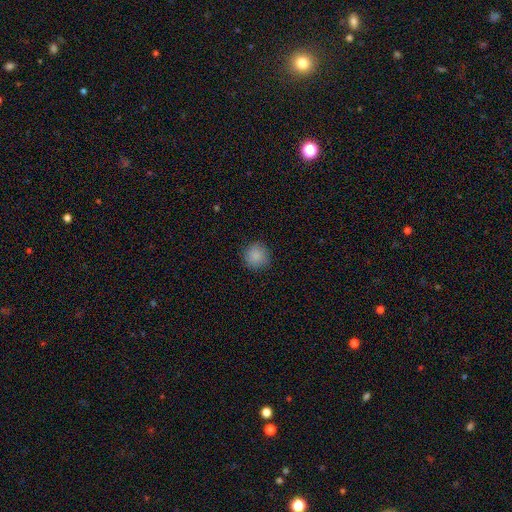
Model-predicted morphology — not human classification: type=smooth (87%); roundness=round (94%); merging=none (89%).